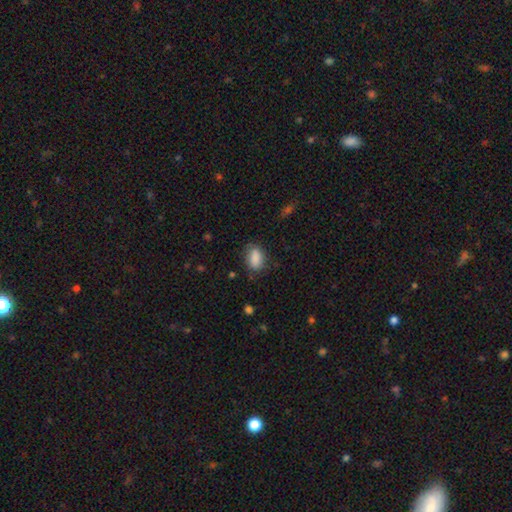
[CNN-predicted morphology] The model was most divided on "merging": none: 77%, minor disturbance: 17%, major disturbance: 4%, merger: 1%. More confident: how rounded — in between (88%); smooth or featured — smooth (87%).